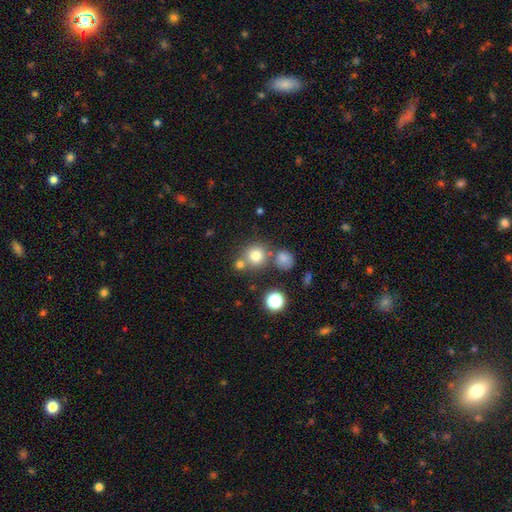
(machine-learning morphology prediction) Smooth or featured: smooth — 75% (star or artifact — 16%)
How rounded: round — 91% (in between — 8%)
Merging: none — 67% (merger — 20%)